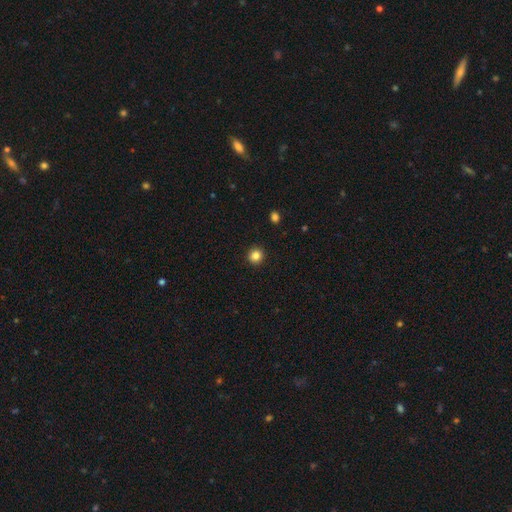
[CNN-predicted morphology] Smooth or featured? smooth (85%)
How rounded? round (94%)
Merging? none (93%)